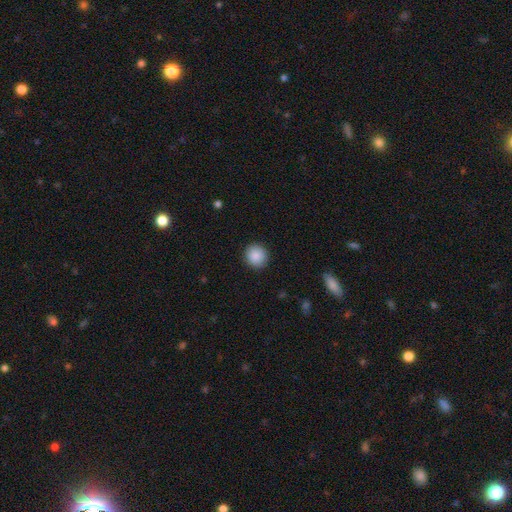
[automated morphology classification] A smooth galaxy with no disk features (89%) that is round (91%).

Vote fractions:
- Smooth or featured? smooth: 89% / star or artifact: 8% / featured or disk: 3%
- How rounded? round: 91% / in between: 8% / cigar-shaped: 1%
- Merging? none: 91% / minor disturbance: 6% / major disturbance: 2% / merger: 1%